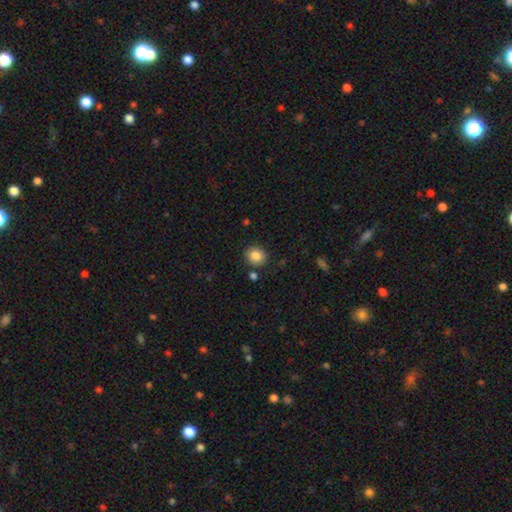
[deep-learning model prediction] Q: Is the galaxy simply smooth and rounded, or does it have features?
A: smooth — 84%.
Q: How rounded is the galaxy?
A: round — 80%.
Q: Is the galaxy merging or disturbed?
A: none — 85%.